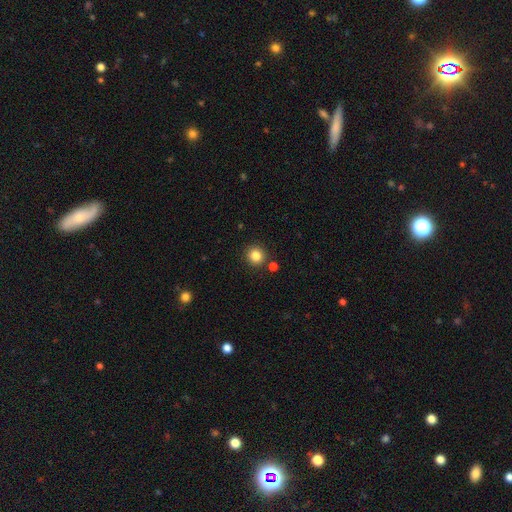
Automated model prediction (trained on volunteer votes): smooth-or-featured: smooth: 85% | star or artifact: 11% | featured or disk: 5%
  how-rounded: round: 92% | in between: 7% | cigar-shaped: 1%
  merging: none: 87% | minor disturbance: 6% | merger: 5% | major disturbance: 2%